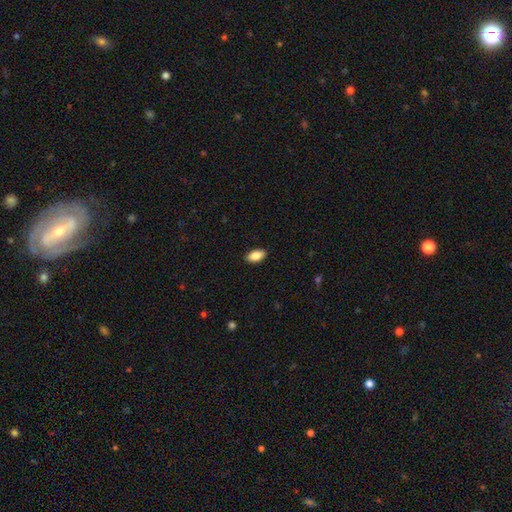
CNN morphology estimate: Smooth or featured?
  - smooth: 86% *
  - star or artifact: 7%
  - featured or disk: 7%
How rounded?
  - in between: 93% *
  - cigar-shaped: 4%
  - round: 3%
Merging?
  - none: 90% *
  - minor disturbance: 7%
  - major disturbance: 2%
  - merger: 1%